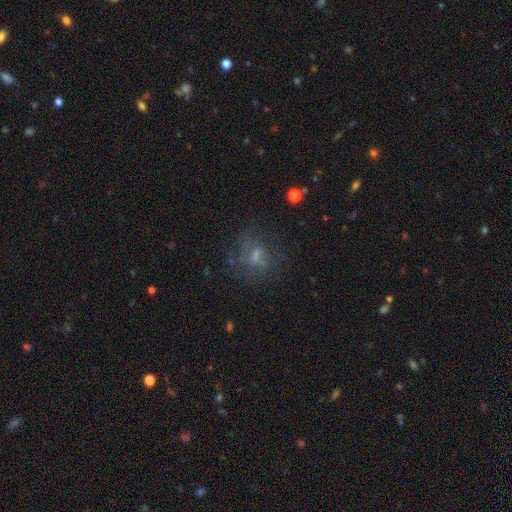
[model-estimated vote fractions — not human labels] smooth-or-featured: featured or disk: 44% | smooth: 36% | star or artifact: 20%
  merging: none: 61% | minor disturbance: 18% | major disturbance: 17% | merger: 4%